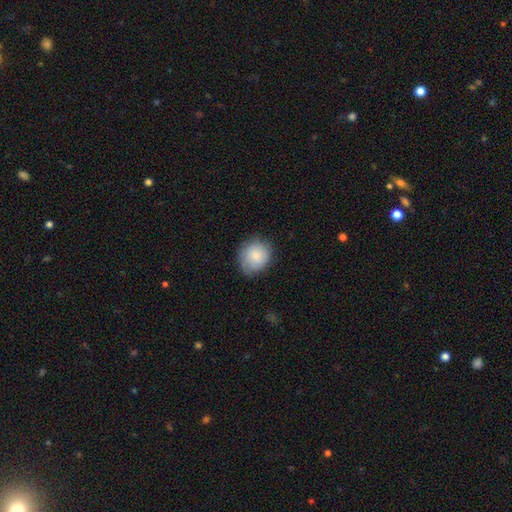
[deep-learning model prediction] smooth-or-featured: smooth: 83% | featured or disk: 10% | star or artifact: 7%
  how-rounded: round: 78% | in between: 21% | cigar-shaped: 1%
  merging: none: 77% | minor disturbance: 18% | major disturbance: 4% | merger: 1%